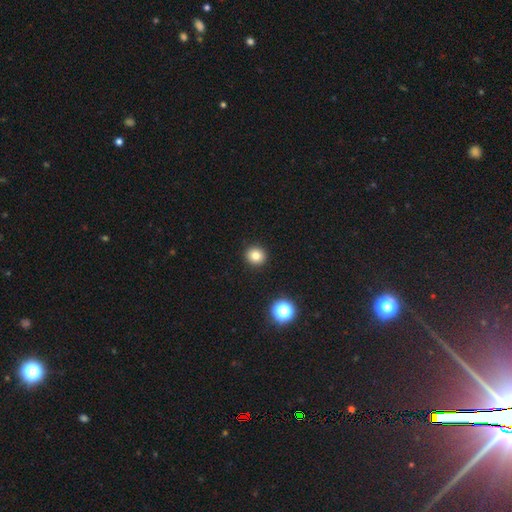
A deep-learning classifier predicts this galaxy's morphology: Smooth or featured? smooth (79%)
How rounded? round (91%)
Merging? none (93%)